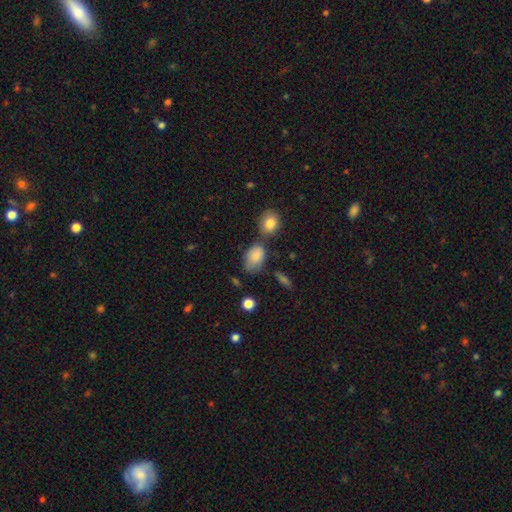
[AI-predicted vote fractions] The model was most divided on "merging": none: 46%, minor disturbance: 29%, merger: 15%, major disturbance: 9%. More confident: how rounded — in between (84%); smooth or featured — smooth (82%).